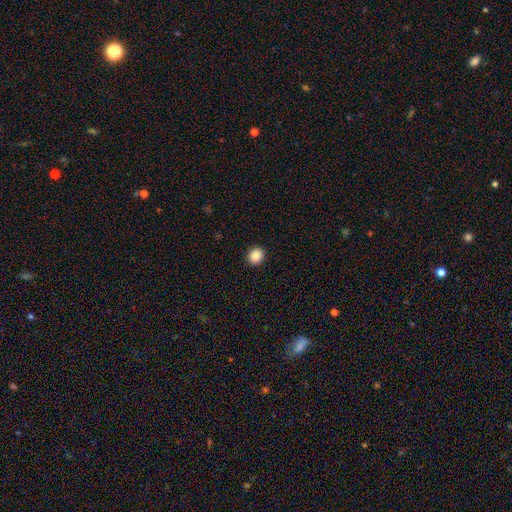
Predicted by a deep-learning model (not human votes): smooth_or_featured: smooth (p=0.87) [alt: star or artifact p=0.09]
how_rounded: round (p=0.79) [alt: in between p=0.20]
merging: none (p=0.93) [alt: minor disturbance p=0.05]